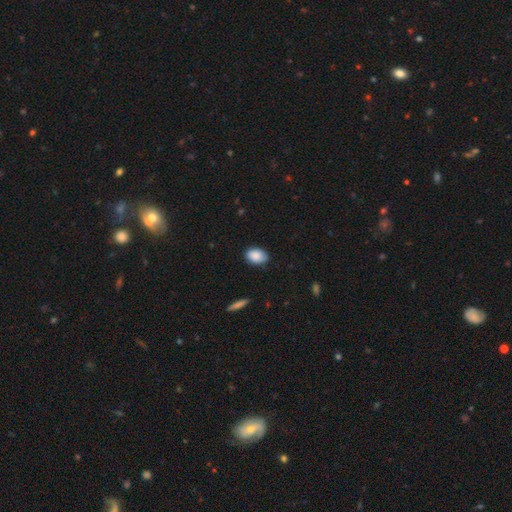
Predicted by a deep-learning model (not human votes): smooth 87%, star or artifact 7%, featured or disk 6%. Down the decision tree: how rounded — in between (86%); merging — none (81%).